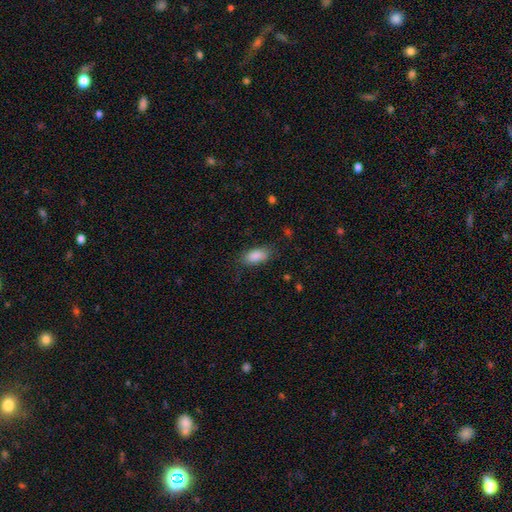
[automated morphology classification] This is clearly a smooth galaxy (88%). How rounded: clearly in between (90%). Merging: likely none (79%).